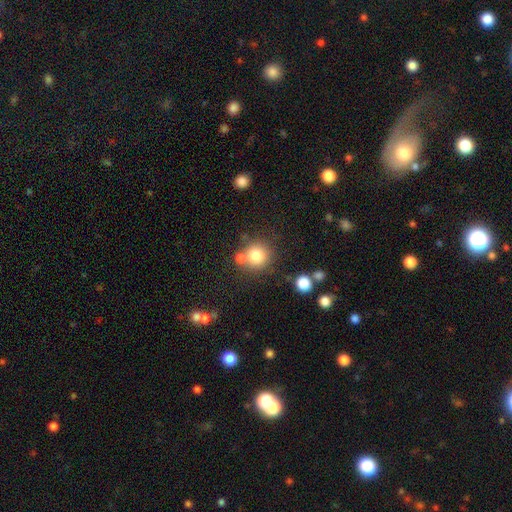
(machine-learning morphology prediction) A smooth galaxy with no disk features (80%) that is round (91%).

Vote fractions:
- Smooth or featured? smooth: 80% / star or artifact: 12% / featured or disk: 9%
- How rounded? round: 91% / in between: 8% / cigar-shaped: 1%
- Merging? none: 68% / merger: 19% / minor disturbance: 10% / major disturbance: 4%